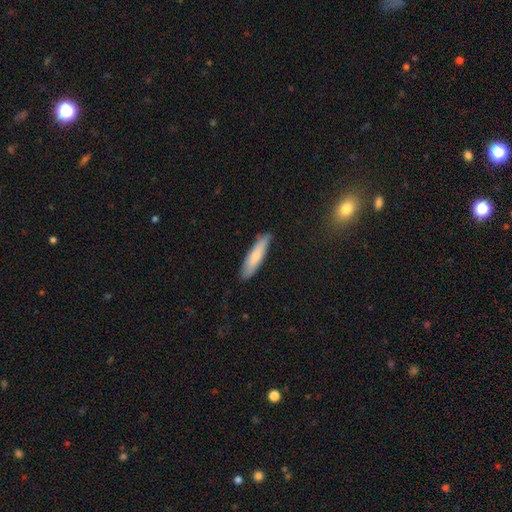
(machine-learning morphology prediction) Smooth or featured? smooth (78%)
How rounded? cigar-shaped (82%)
Merging? none (88%)